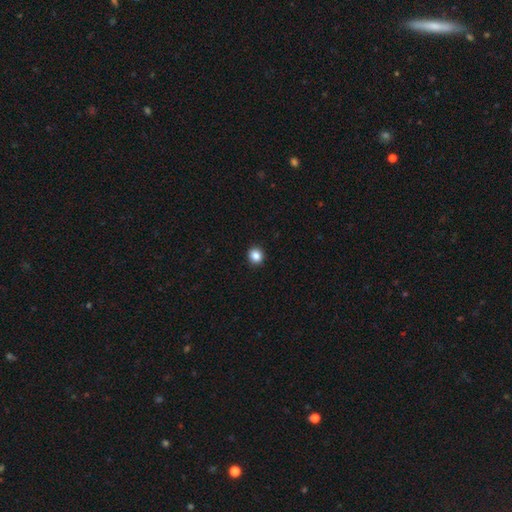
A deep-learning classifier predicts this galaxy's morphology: Overall: smooth (86%). How rounded: round (88%). Merging: none (93%).